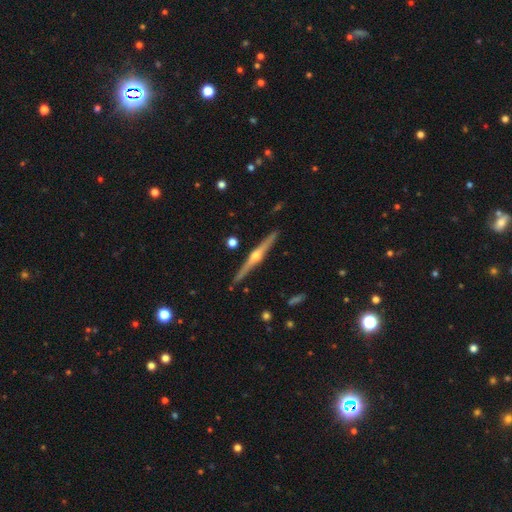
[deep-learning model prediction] The model was most divided on "smooth or featured": featured or disk: 84%, smooth: 11%, star or artifact: 5%. More confident: edge-on disk — yes (99%); edge-on bulge — rounded (94%); merging — none (91%).